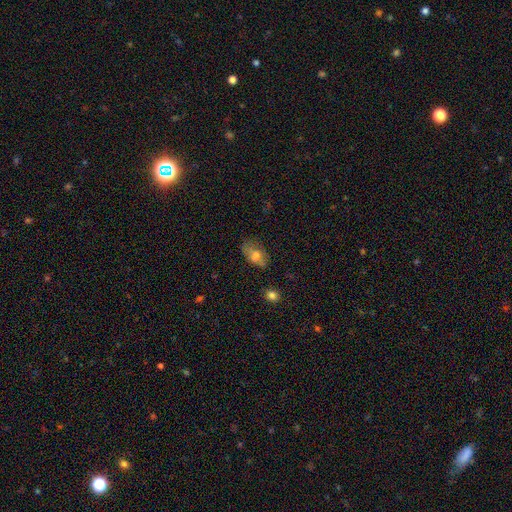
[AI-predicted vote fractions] The model was most divided on "merging": none: 59%, minor disturbance: 25%, major disturbance: 12%, merger: 4%. More confident: how rounded — in between (89%); smooth or featured — smooth (67%).